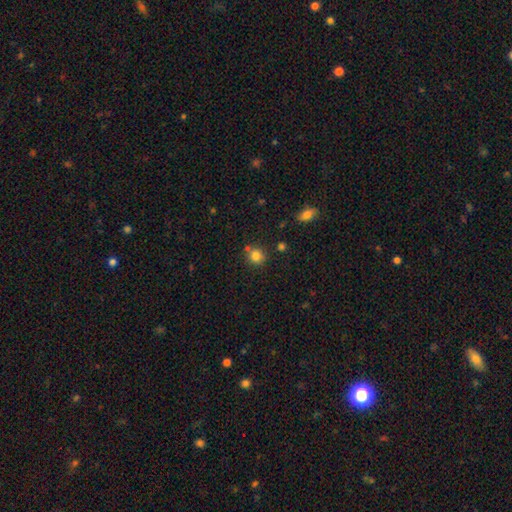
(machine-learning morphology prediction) Smooth or featured?
  - smooth: 82% *
  - star or artifact: 12%
  - featured or disk: 6%
How rounded?
  - round: 88% *
  - in between: 11%
  - cigar-shaped: 1%
Merging?
  - none: 74% *
  - merger: 12%
  - minor disturbance: 11%
  - major disturbance: 3%